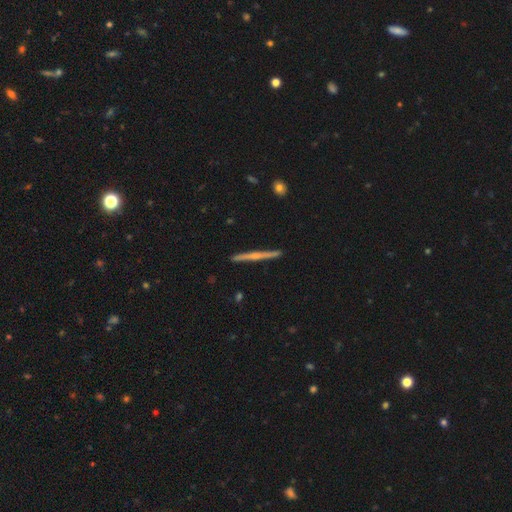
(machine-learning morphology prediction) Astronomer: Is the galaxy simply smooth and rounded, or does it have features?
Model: featured or disk — 69%.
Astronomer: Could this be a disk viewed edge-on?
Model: yes — 98%.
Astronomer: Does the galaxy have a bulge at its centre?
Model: rounded — 57% (runner-up: none, 35%).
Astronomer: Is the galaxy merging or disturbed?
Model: none — 92%.